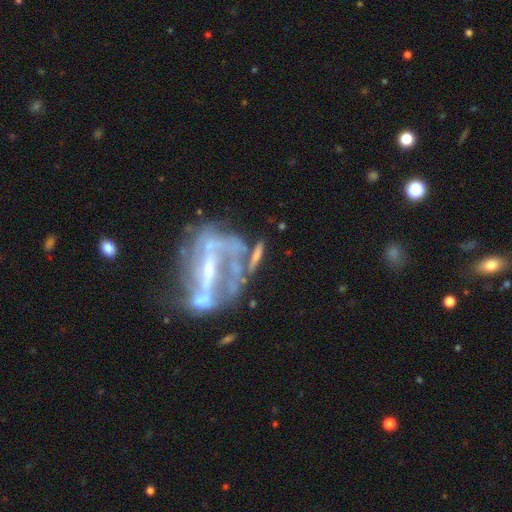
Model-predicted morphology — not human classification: The model was most divided on "merging": none: 33%, major disturbance: 30%, minor disturbance: 18%, merger: 18%. Remaining: edge-on disk — no (94%); smooth or featured — featured or disk (79%); spiral arms — yes (64%); bar — strong (48%); bulge size — small (44%).